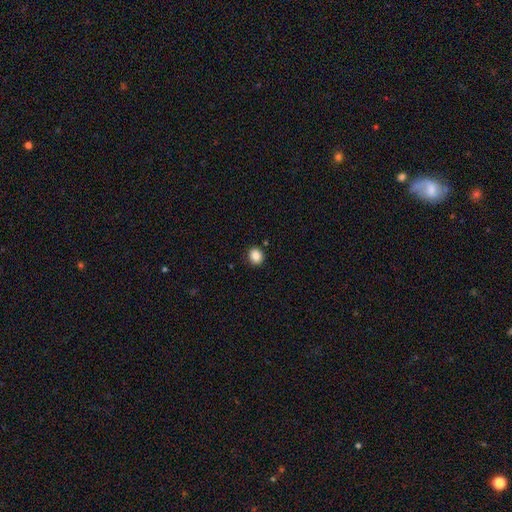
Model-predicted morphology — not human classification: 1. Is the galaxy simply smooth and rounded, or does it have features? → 86% smooth, 10% star or artifact, 4% featured or disk.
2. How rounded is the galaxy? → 71% round, 28% in between, 1% cigar-shaped.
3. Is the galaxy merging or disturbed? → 90% none, 7% minor disturbance, 2% major disturbance, 2% merger.